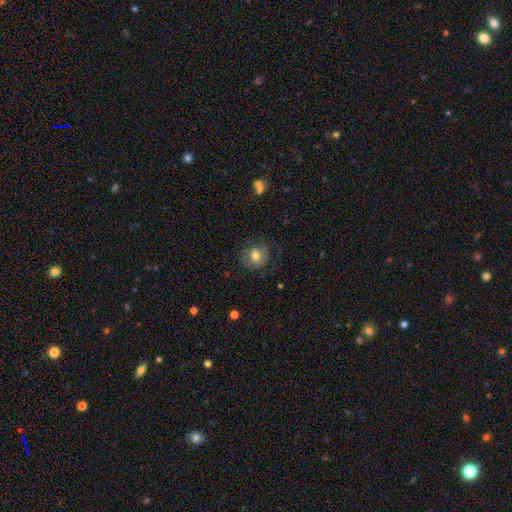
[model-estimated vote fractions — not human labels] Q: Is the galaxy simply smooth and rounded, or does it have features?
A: smooth — 73%.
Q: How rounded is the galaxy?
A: round — 80%.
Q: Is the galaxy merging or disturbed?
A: none — 75%.